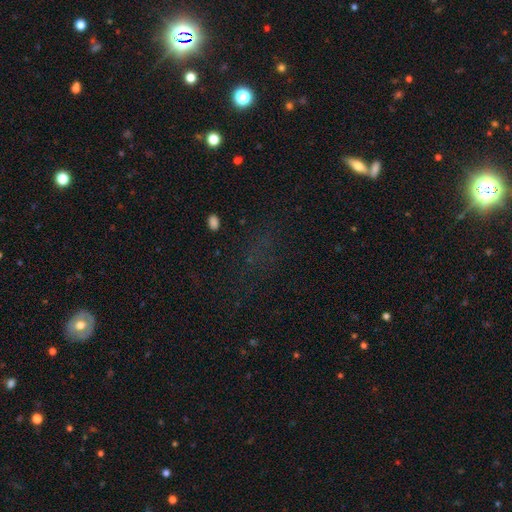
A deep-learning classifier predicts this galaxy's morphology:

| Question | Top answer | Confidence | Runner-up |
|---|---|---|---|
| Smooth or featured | star or artifact | 56% | smooth (29%) |